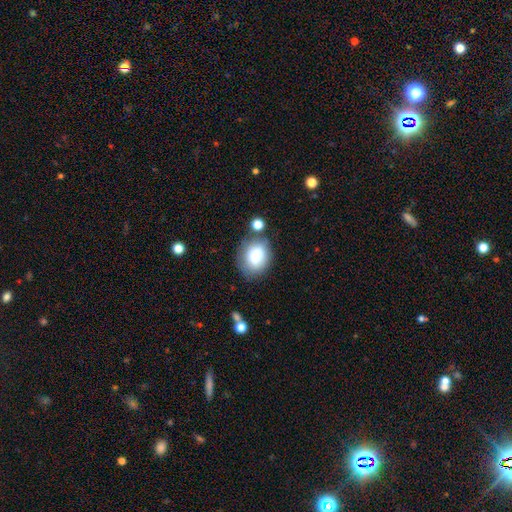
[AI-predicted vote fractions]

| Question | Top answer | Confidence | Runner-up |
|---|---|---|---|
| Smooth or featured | smooth | 82% | featured or disk (10%) |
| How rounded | in between | 62% | round (37%) |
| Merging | none | 66% | minor disturbance (18%) |